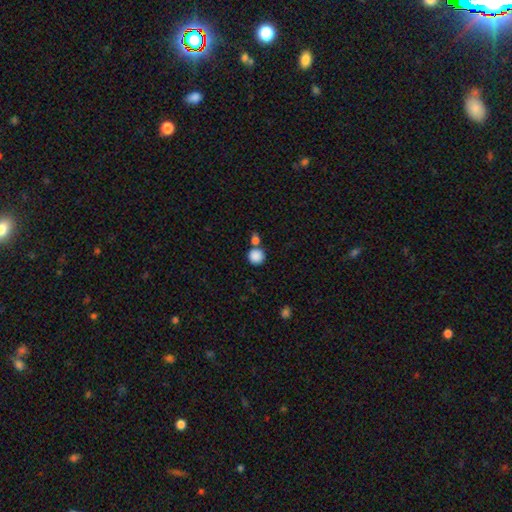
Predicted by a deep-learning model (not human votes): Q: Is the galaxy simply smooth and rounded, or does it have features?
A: smooth — 87%.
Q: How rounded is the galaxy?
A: round — 92%.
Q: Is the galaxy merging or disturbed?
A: none — 65%.